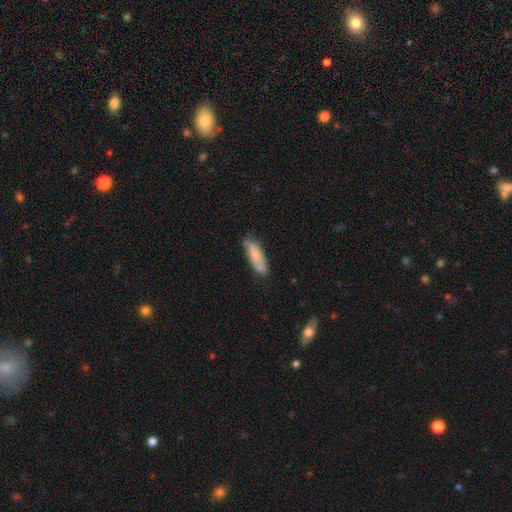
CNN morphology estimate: Smooth or featured: smooth — 74% (featured or disk — 20%)
How rounded: cigar-shaped — 50% (in between — 48%)
Merging: none — 71% (minor disturbance — 22%)